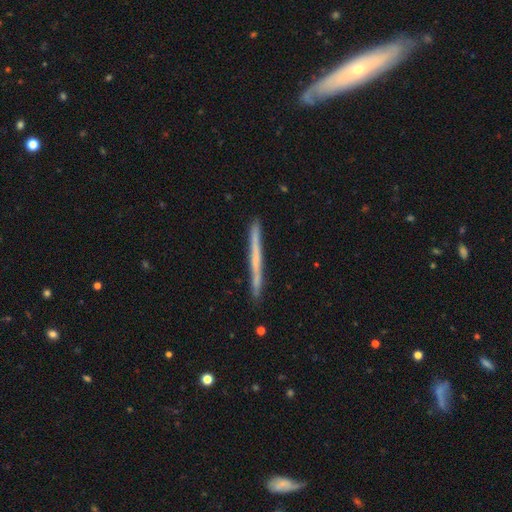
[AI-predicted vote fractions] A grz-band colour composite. It shows a featured or disk galaxy (50%). Merging: none (91%).